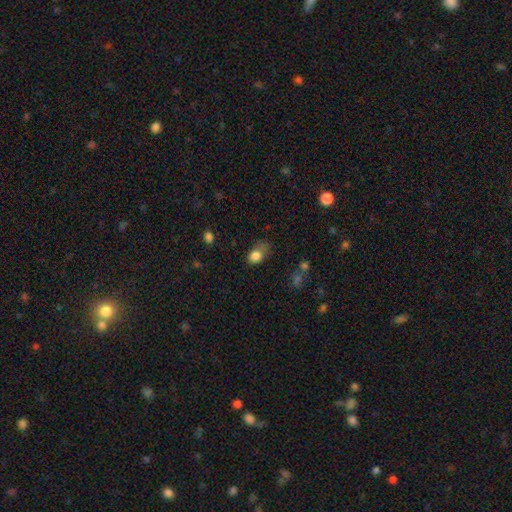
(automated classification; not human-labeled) This is clearly a smooth galaxy (82%). How rounded: likely in between (71%). Merging: marginally minor disturbance (39%).